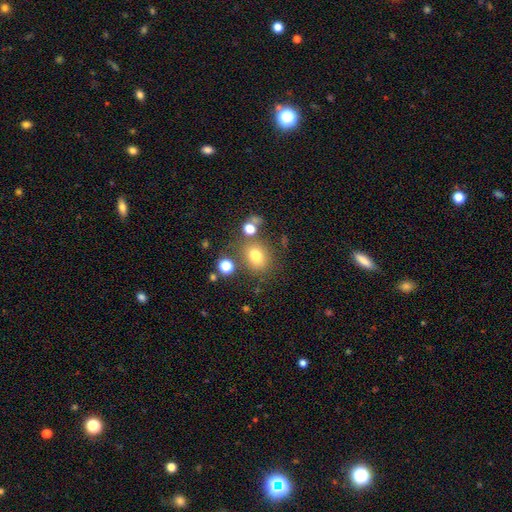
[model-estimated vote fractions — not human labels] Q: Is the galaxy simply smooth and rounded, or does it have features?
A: smooth — 74%.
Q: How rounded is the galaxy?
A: round — 67%.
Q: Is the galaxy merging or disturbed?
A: none — 71%.